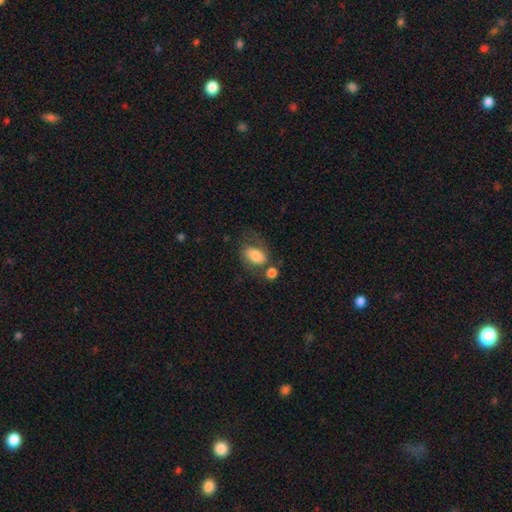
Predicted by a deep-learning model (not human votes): This appears to be a smooth galaxy with no disk features (71%) that is in between round and cigar-shaped (82%). Merging: none (40%).